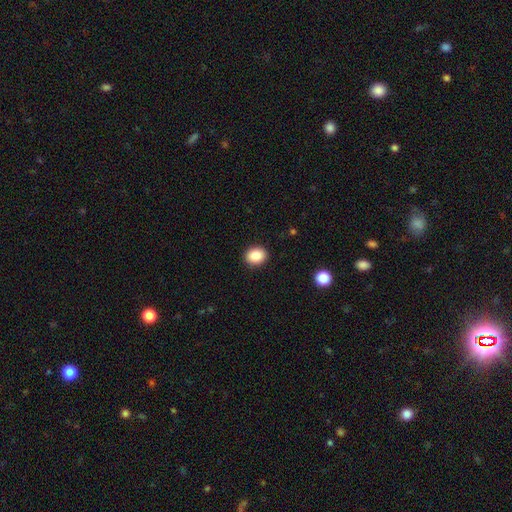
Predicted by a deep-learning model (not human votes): smooth-or-featured: smooth: 85% | star or artifact: 9% | featured or disk: 6%
  how-rounded: round: 59% | in between: 40% | cigar-shaped: 1%
  merging: none: 91% | minor disturbance: 6% | major disturbance: 2% | merger: 1%